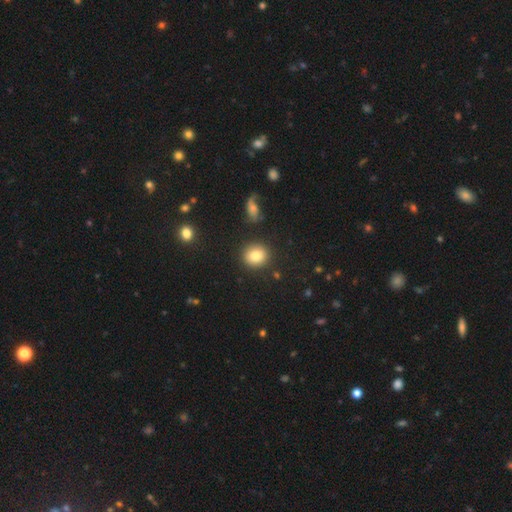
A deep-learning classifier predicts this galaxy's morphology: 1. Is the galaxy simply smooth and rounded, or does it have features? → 83% smooth, 9% star or artifact, 8% featured or disk.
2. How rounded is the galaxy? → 82% round, 17% in between, 1% cigar-shaped.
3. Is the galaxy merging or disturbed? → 88% none, 7% minor disturbance, 3% merger, 2% major disturbance.